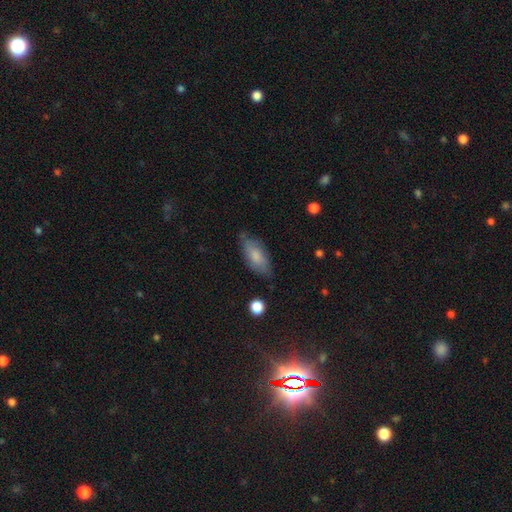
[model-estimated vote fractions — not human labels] Smooth or featured? Predicted: smooth (p=0.74). How rounded? Predicted: in between (p=0.82). Merging? Predicted: none (p=0.70).